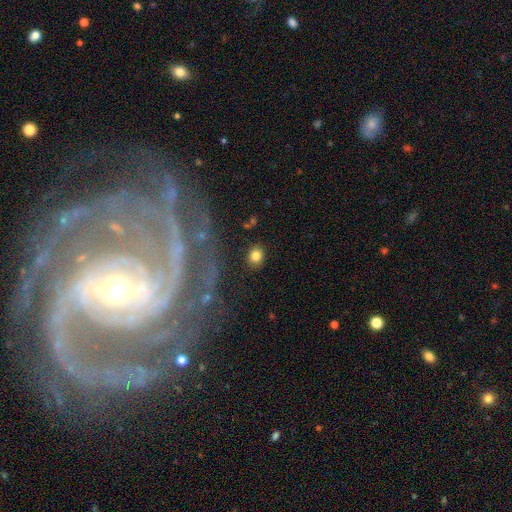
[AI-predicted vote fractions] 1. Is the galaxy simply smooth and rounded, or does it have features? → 81% smooth, 11% star or artifact, 8% featured or disk.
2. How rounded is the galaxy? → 73% round, 26% in between, 1% cigar-shaped.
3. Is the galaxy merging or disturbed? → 87% none, 8% minor disturbance, 3% major disturbance, 2% merger.